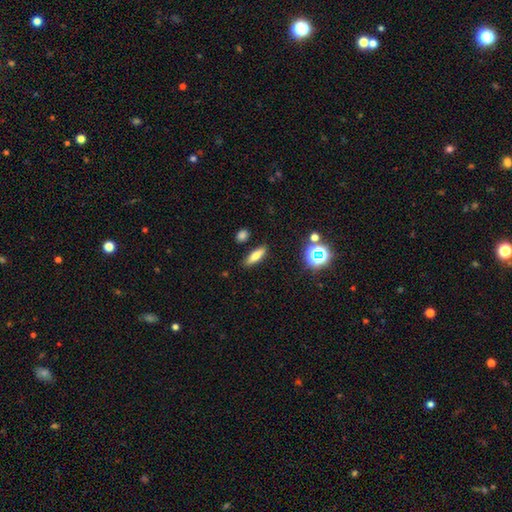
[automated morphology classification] Smooth or featured?
  - smooth: 69% *
  - featured or disk: 20%
  - star or artifact: 12%
How rounded?
  - cigar-shaped: 54% *
  - in between: 42%
  - round: 4%
Merging?
  - none: 85% *
  - minor disturbance: 9%
  - merger: 3%
  - major disturbance: 2%